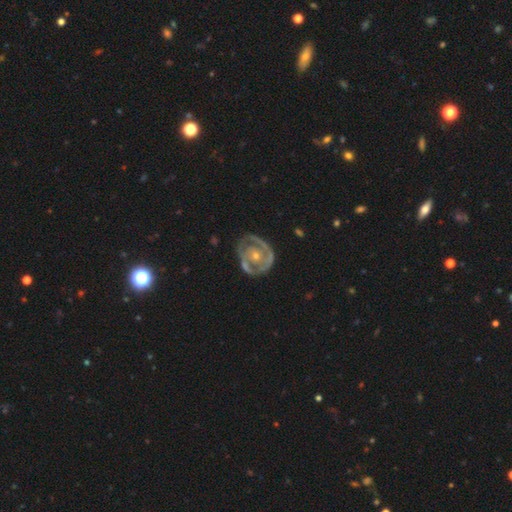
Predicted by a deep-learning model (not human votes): Overall: featured or disk (81%). Edge-on disk: no (97%). Bar: no (75%). Spiral arms: yes (74%). Spiral arm count: 2 (43%; can't tell 23%). Spiral winding: tight (65%; medium 27%). Bulge size: small (55%; moderate 42%). Merging: none (65%).